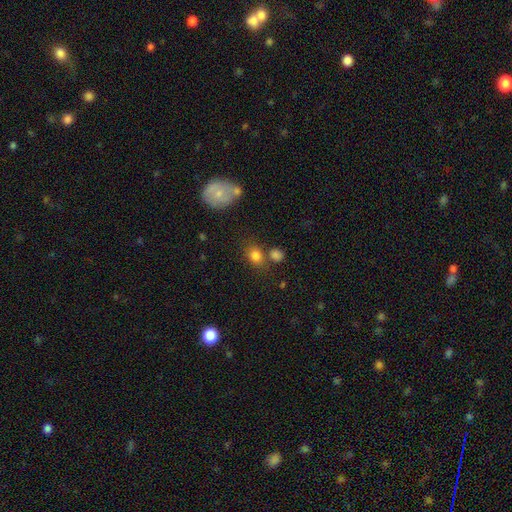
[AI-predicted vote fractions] A smooth galaxy with no disk features (81%) that is round (57%). Merging: none (60%).